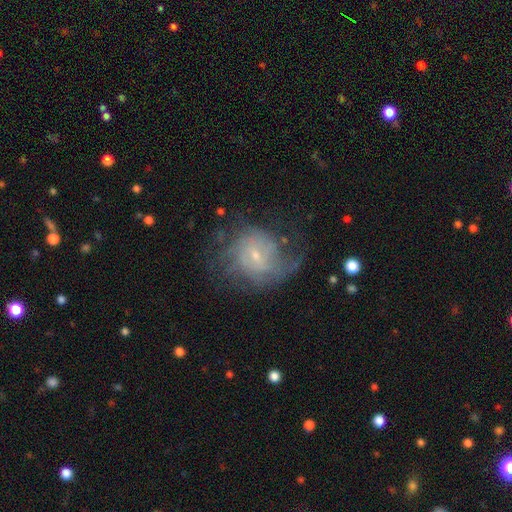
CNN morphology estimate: Smooth or featured? Predicted: featured or disk (p=0.71). Edge-on disk? Predicted: no (p=0.97). Bar? Predicted: no (p=0.53). Spiral arms? Predicted: yes (p=0.84). Spiral winding? Predicted: tight (p=0.40). Spiral arm count? Predicted: can't tell (p=0.48). Bulge size? Predicted: small (p=0.73). Merging? Predicted: none (p=0.51).